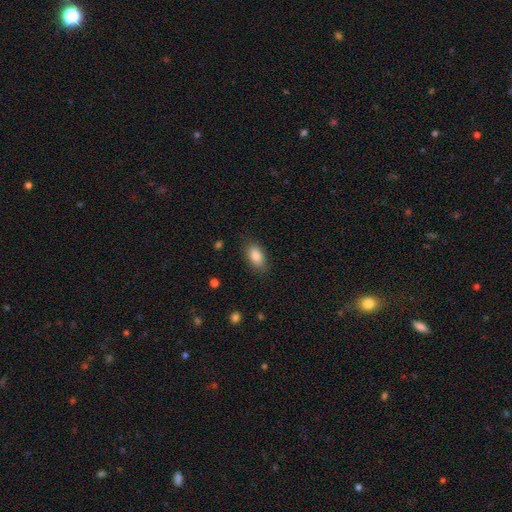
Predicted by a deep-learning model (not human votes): smooth-or-featured: smooth: 86% | star or artifact: 7% | featured or disk: 7%
  how-rounded: in between: 91% | round: 5% | cigar-shaped: 4%
  merging: none: 84% | minor disturbance: 12% | major disturbance: 3% | merger: 1%